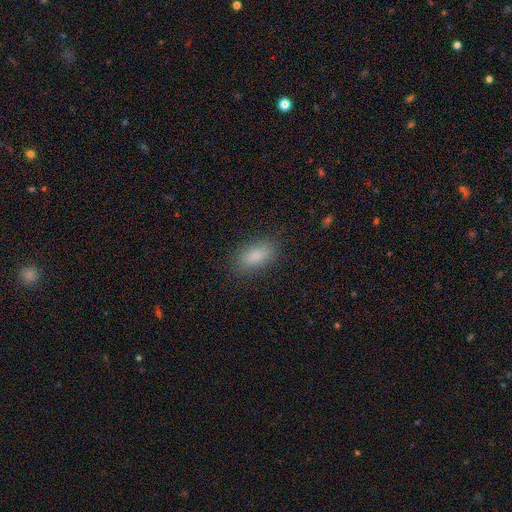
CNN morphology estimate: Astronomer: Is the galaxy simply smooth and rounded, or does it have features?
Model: smooth — 86%.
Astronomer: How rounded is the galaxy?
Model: in between — 88%.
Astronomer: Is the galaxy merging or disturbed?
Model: none — 86%.